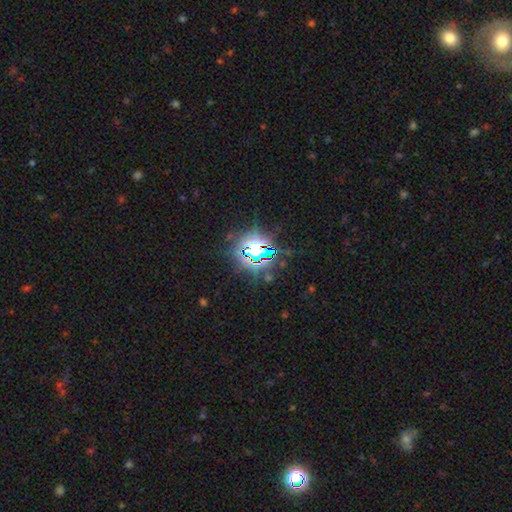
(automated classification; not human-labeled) A star or artifact, not a galaxy (77%).